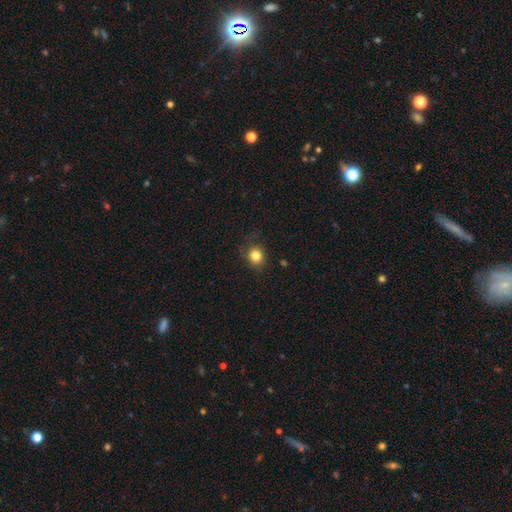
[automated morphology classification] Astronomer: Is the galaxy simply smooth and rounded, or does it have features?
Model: smooth — 83%.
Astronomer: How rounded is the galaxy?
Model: round — 80%.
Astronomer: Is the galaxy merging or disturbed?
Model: none — 80%.